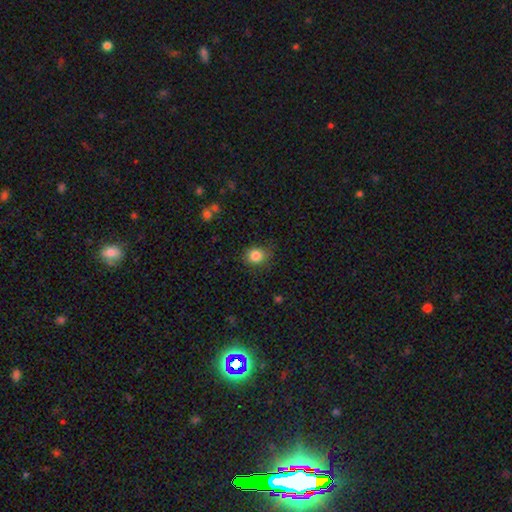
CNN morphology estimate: Smooth or featured: smooth — 84% (star or artifact — 10%)
How rounded: round — 72% (in between — 28%)
Merging: none — 77% (minor disturbance — 17%)